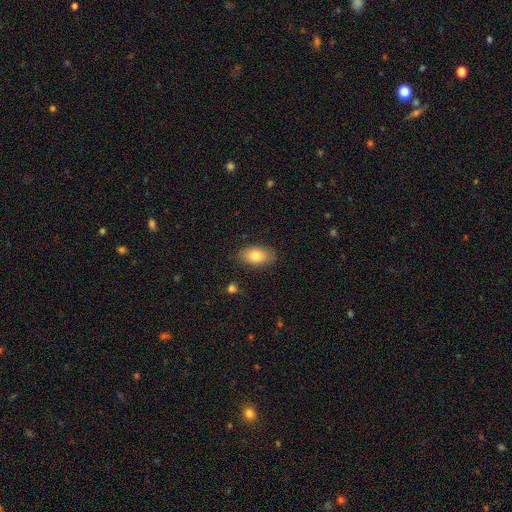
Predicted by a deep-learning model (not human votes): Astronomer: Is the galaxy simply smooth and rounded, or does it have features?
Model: smooth — 81%.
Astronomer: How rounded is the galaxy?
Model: in between — 91%.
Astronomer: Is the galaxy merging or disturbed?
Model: none — 83%.